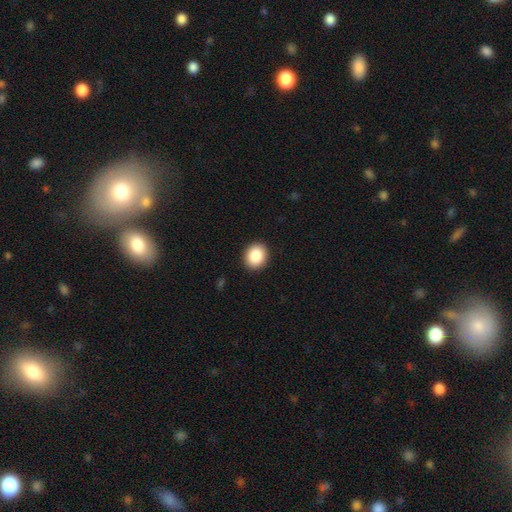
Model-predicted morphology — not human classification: This appears to be a smooth galaxy with no disk features (88%) that is round (57%). Merging: none (91%).